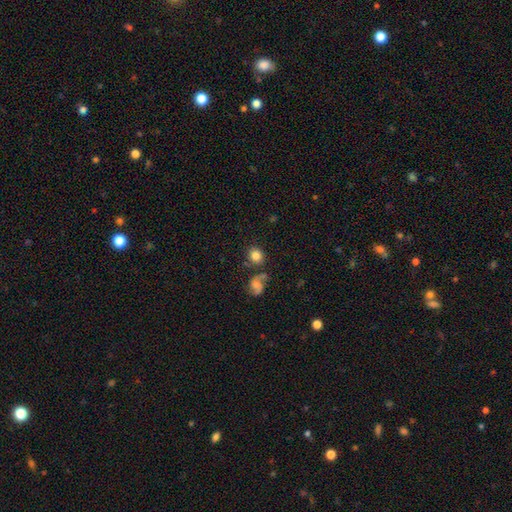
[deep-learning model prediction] The model was most divided on "how rounded": round: 77%, in between: 22%, cigar-shaped: 1%. More confident: smooth or featured — smooth (80%); merging — none (71%).